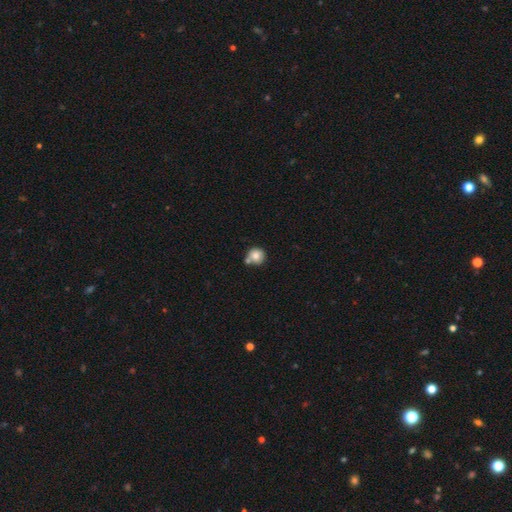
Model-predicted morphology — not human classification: The model was most divided on "merging": none: 57%, merger: 28%, minor disturbance: 12%, major disturbance: 3%. More confident: how rounded — round (91%); smooth or featured — smooth (80%).